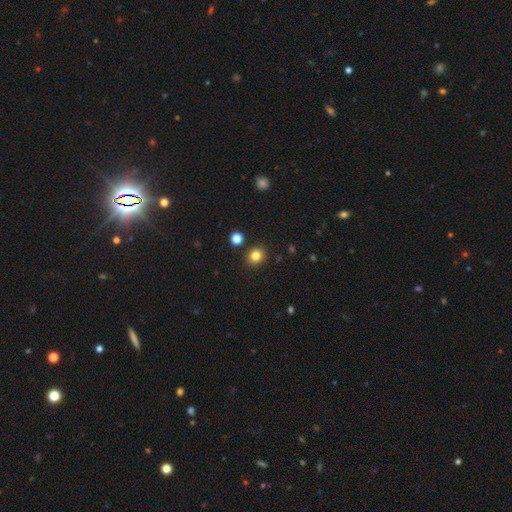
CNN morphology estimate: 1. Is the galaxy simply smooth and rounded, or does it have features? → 82% smooth, 13% star or artifact, 6% featured or disk.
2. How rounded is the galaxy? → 78% round, 21% in between, 1% cigar-shaped.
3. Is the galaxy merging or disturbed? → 88% none, 7% minor disturbance, 3% merger, 2% major disturbance.